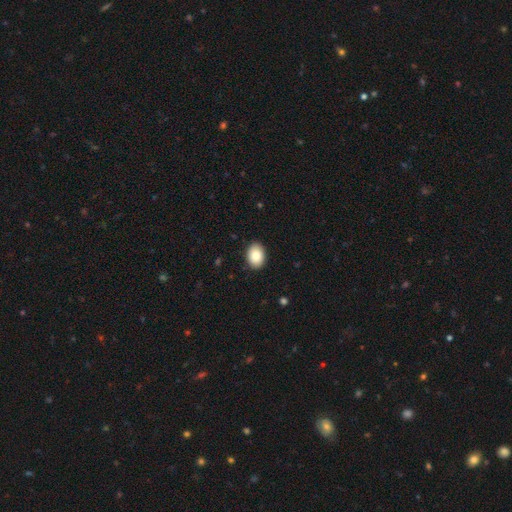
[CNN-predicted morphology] Smooth or featured: smooth — 87% (star or artifact — 7%)
How rounded: in between — 78% (round — 21%)
Merging: none — 89% (minor disturbance — 8%)